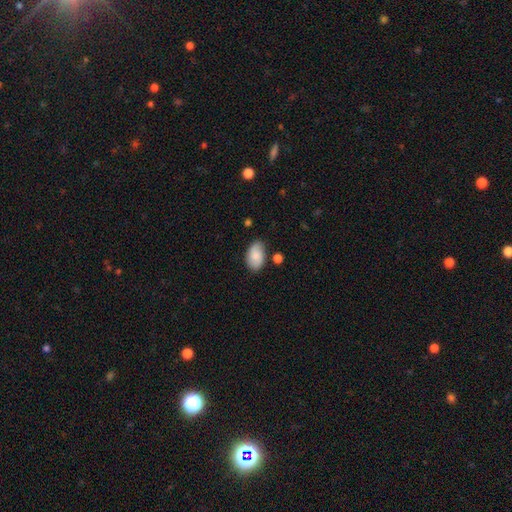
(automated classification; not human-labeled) This is clearly a smooth galaxy (81%). How rounded: clearly in between (92%). Merging: likely none (75%).